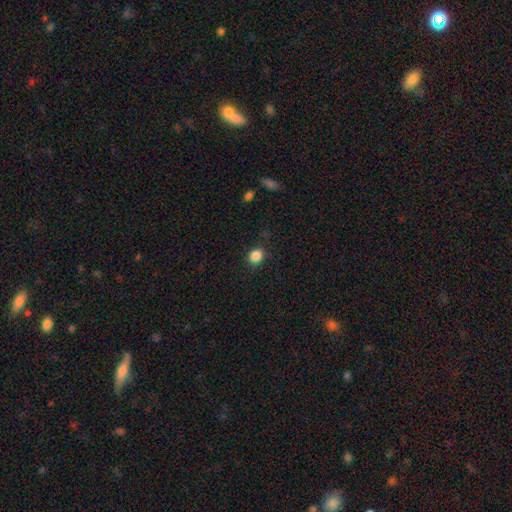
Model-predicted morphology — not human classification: smooth_or_featured: smooth (p=0.86) [alt: star or artifact p=0.11]
how_rounded: round (p=0.73) [alt: in between p=0.26]
merging: none (p=0.85) [alt: minor disturbance p=0.10]